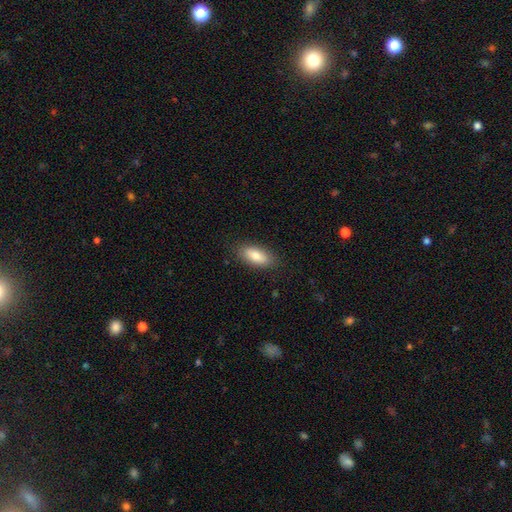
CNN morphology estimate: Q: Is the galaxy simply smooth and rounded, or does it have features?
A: smooth — 81%.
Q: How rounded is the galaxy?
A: in between — 84%.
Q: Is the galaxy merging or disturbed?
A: none — 85%.